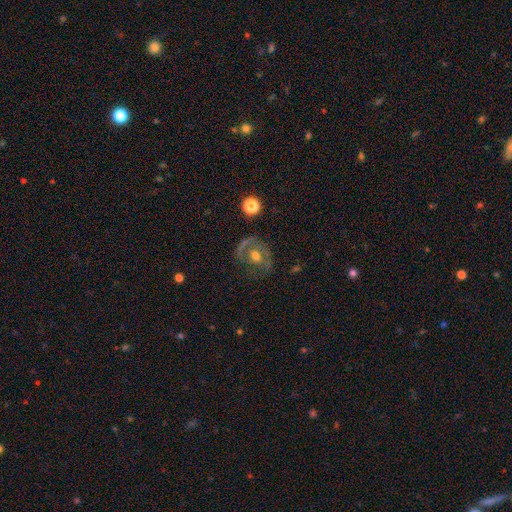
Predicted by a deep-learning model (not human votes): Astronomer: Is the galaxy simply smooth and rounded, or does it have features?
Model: featured or disk — 62%.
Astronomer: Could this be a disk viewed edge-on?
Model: no — 96%.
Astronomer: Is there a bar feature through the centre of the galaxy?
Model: no — 75%.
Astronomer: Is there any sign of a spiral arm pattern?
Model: no — 51% (runner-up: yes, 49%).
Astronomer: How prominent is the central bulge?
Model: moderate — 66%.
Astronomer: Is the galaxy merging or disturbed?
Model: none — 63%.